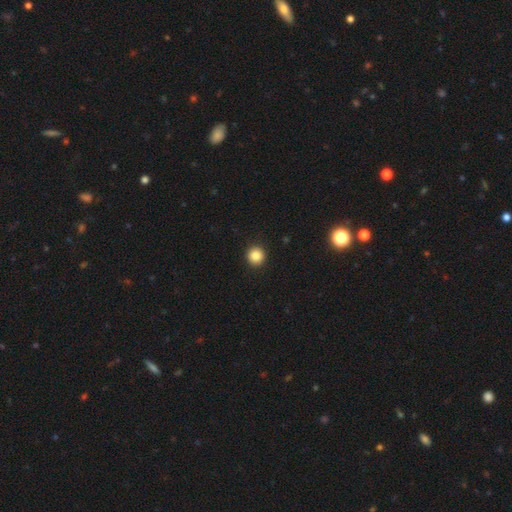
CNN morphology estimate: Smooth or featured? smooth (86%)
How rounded? round (94%)
Merging? none (93%)